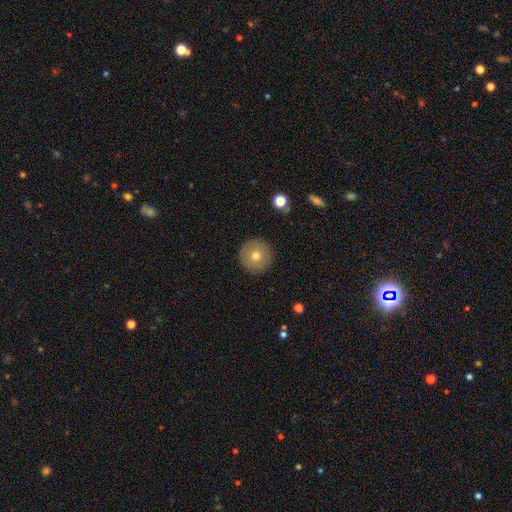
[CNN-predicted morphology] type=smooth (72%); roundness=round (96%); merging=none (91%).